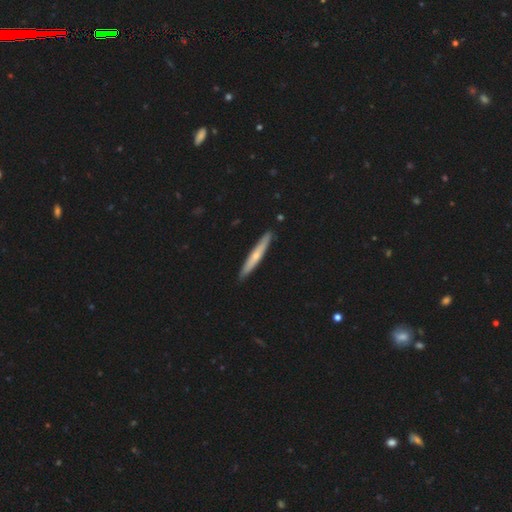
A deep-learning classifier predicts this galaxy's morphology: Smooth or featured?
  - smooth: 51% *
  - featured or disk: 44%
  - star or artifact: 5%
How rounded?
  - cigar-shaped: 95% *
  - in between: 4%
  - round: 1%
Merging?
  - none: 91% *
  - minor disturbance: 7%
  - merger: 1%
  - major disturbance: 1%